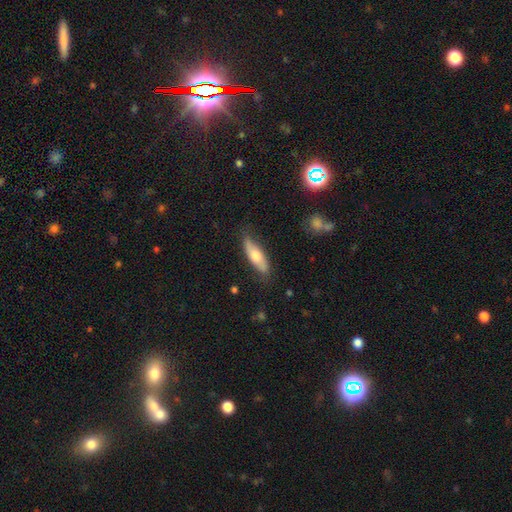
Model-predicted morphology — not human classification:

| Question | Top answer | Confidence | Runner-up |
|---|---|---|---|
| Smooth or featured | smooth | 59% | featured or disk (36%) |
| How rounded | in between | 51% | cigar-shaped (46%) |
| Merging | none | 76% | minor disturbance (19%) |